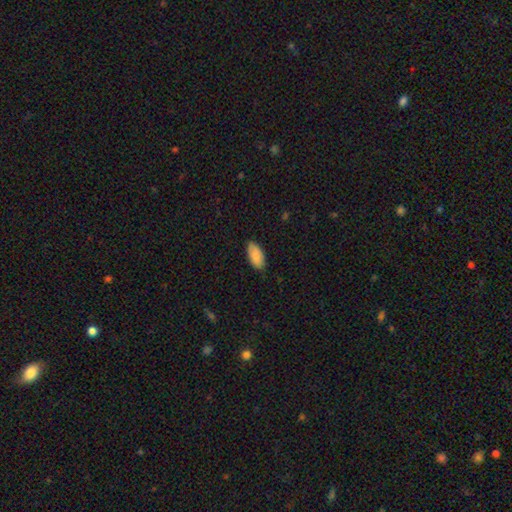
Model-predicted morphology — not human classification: A smooth galaxy with no disk features (85%) that is in between round and cigar-shaped (94%). Merging: none (84%).